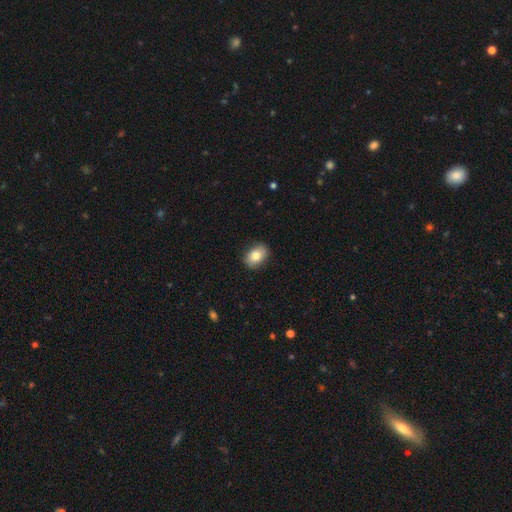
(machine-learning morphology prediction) smooth-or-featured: smooth: 82% | featured or disk: 10% | star or artifact: 8%
  how-rounded: in between: 79% | round: 20% | cigar-shaped: 1%
  merging: none: 86% | minor disturbance: 11% | major disturbance: 2% | merger: 1%